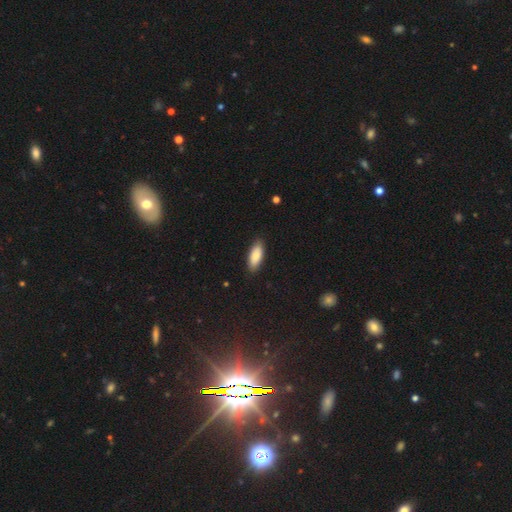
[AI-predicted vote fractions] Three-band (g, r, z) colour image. It shows a smooth galaxy with no disk features (84%) that is in between round and cigar-shaped (82%). Merging: none (86%).